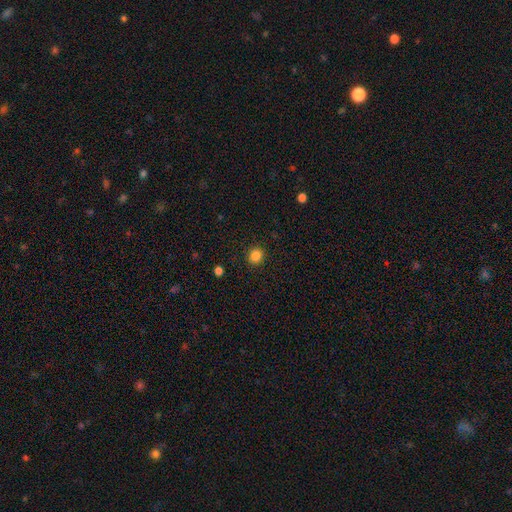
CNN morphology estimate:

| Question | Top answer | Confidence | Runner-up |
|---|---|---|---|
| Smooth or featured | smooth | 85% | star or artifact (11%) |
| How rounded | round | 87% | in between (12%) |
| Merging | none | 92% | minor disturbance (5%) |